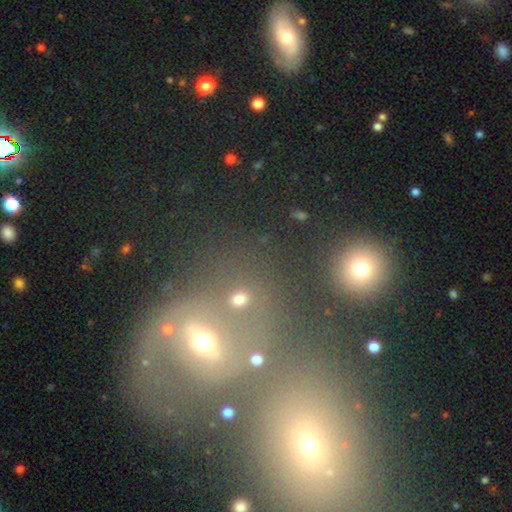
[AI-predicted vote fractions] Smooth or featured: smooth — 48% (star or artifact — 29%)
Merging: none — 58% (merger — 23%)